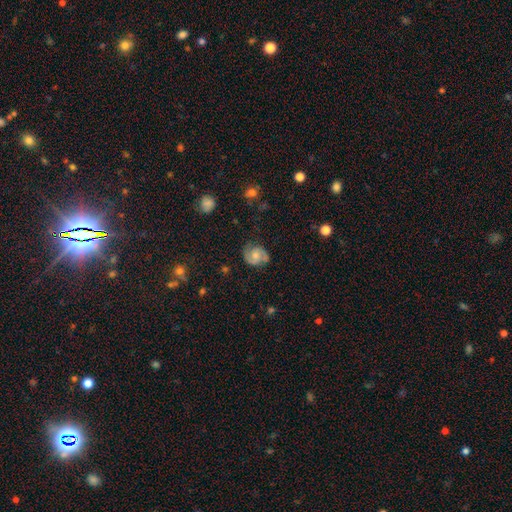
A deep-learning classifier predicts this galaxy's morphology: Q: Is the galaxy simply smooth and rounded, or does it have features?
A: featured or disk — 63%.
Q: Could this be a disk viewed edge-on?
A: no — 98%.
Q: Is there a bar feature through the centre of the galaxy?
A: no — 63%.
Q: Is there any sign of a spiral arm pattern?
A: yes — 92%.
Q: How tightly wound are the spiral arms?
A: medium — 48%.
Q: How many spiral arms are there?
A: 2 — 87%.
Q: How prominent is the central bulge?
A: moderate — 45%.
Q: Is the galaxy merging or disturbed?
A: none — 72%.